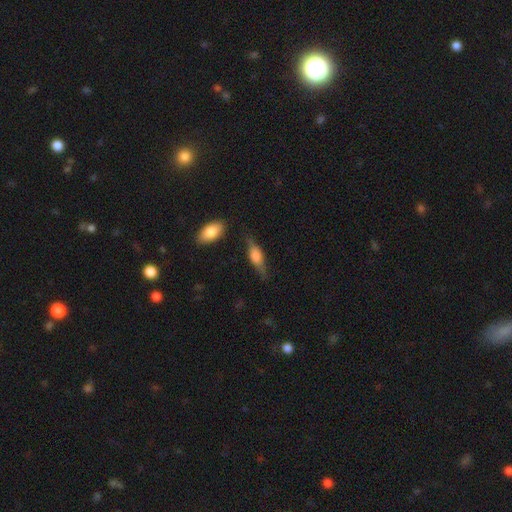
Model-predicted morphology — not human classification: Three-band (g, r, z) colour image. It shows a smooth galaxy with no disk features (48%). Merging: none (70%).